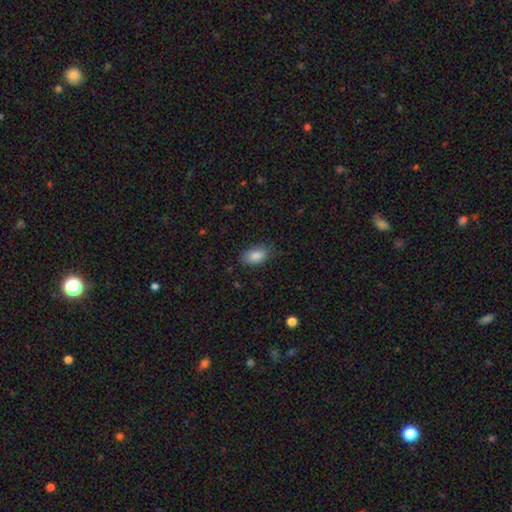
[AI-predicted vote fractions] This appears to be a smooth galaxy with no disk features (86%) that is in between round and cigar-shaped (91%). Merging: none (78%).